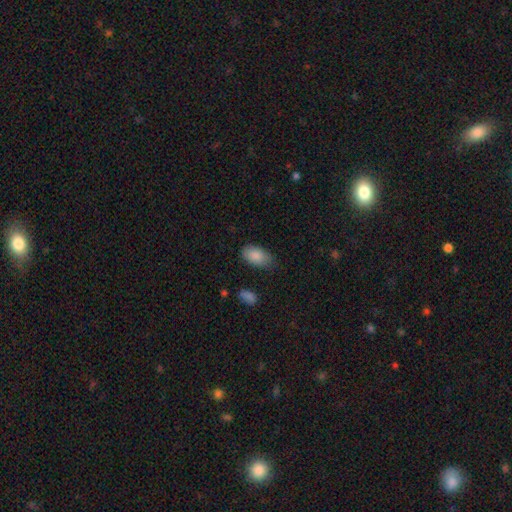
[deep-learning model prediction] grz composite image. It shows a smooth galaxy with no disk features (87%) that is in between round and cigar-shaped (93%). Merging: none (70%).